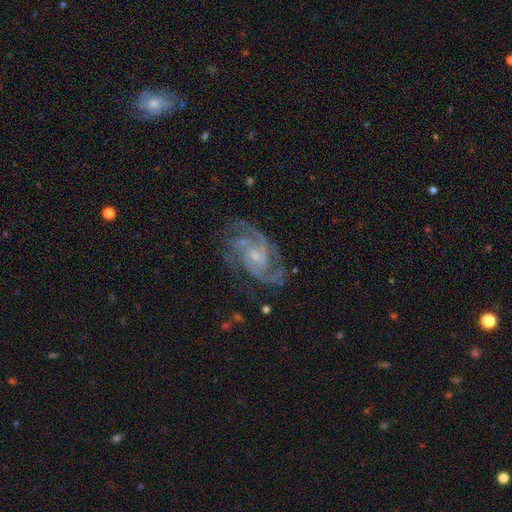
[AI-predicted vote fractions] smooth_or_featured: featured or disk (p=0.91) [alt: star or artifact p=0.05]
disk_edge_on: no (p=0.97) [alt: yes p=0.03]
bar: no (p=0.60) [alt: weak p=0.32]
has_spiral_arms: yes (p=0.98) [alt: no p=0.02]
spiral_winding: medium (p=0.49) [alt: tight p=0.42]
spiral_arm_count: 3 (p=0.36) [alt: 2 p=0.28]
bulge_size: small (p=0.74) [alt: moderate p=0.19]
merging: none (p=0.72) [alt: minor disturbance p=0.17]